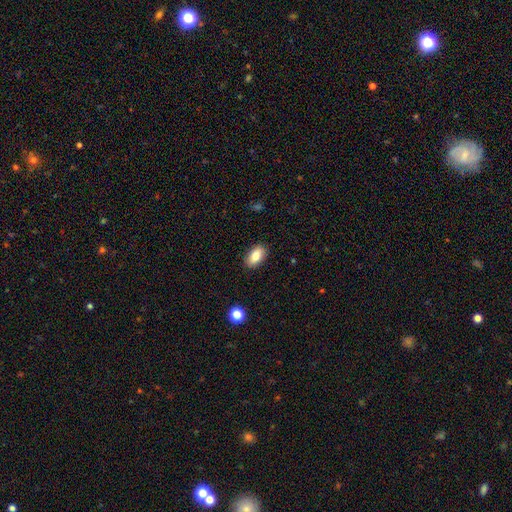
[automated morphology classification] A smooth galaxy with no disk features (80%) that is in between round and cigar-shaped (92%).

Vote fractions:
- Smooth or featured? smooth: 80% / featured or disk: 12% / star or artifact: 7%
- How rounded? in between: 92% / round: 5% / cigar-shaped: 3%
- Merging? none: 88% / minor disturbance: 9% / major disturbance: 2% / merger: 1%